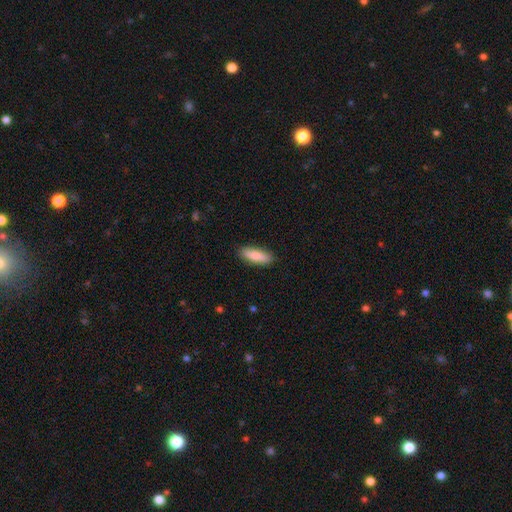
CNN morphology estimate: The model was most divided on "how rounded": in between: 52%, cigar-shaped: 46%, round: 2%. More confident: merging — none (88%); smooth or featured — smooth (85%).